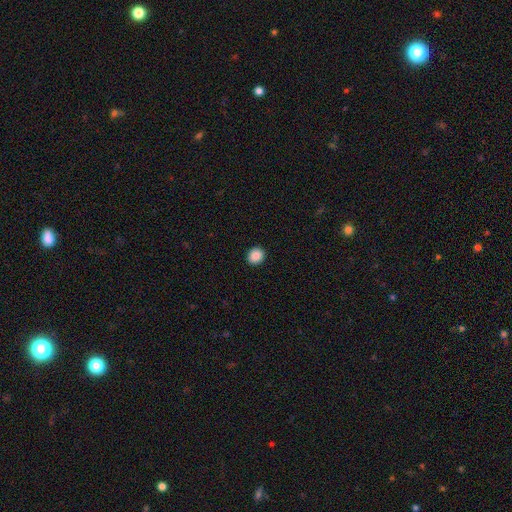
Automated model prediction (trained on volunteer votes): The model was most divided on "how rounded": round: 76%, in between: 23%, cigar-shaped: 1%. More confident: merging — none (92%); smooth or featured — smooth (89%).